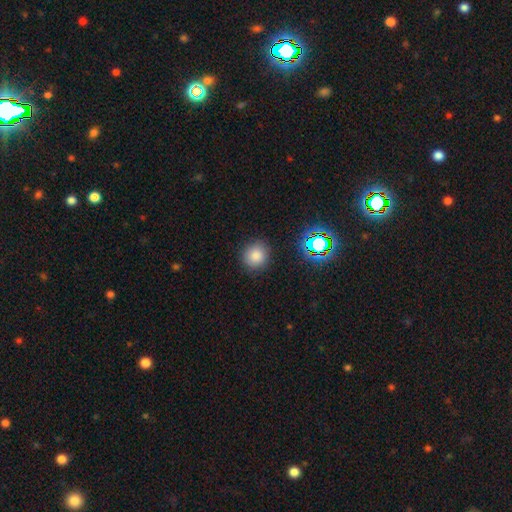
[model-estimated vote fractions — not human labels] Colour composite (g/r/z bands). It shows a smooth galaxy with no disk features (80%) that is round (86%). Merging: none (87%).